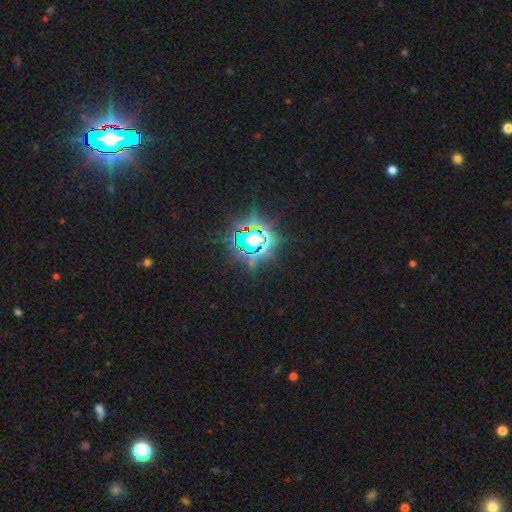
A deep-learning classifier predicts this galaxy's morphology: type=star or artifact (82%).